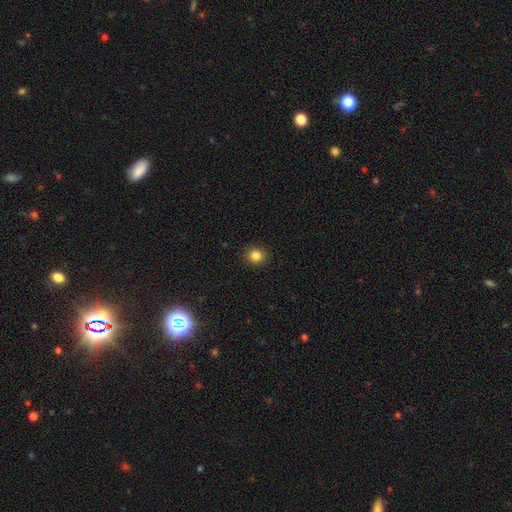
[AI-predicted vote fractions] Morphology: type=smooth (85%); roundness=round (84%); merging=none (91%).